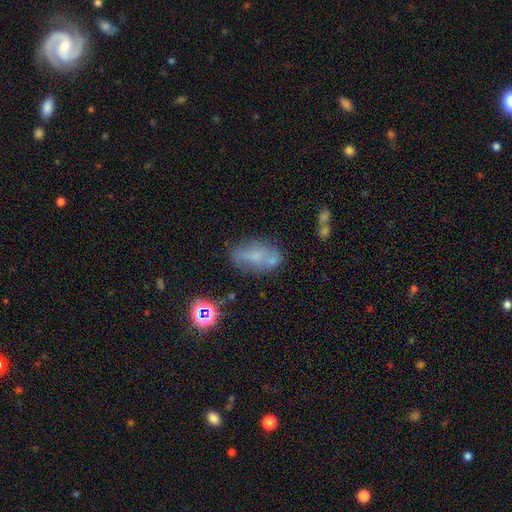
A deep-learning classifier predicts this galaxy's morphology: Smooth or featured: smooth — 51% (featured or disk — 35%)
How rounded: in between — 86% (round — 10%)
Merging: none — 52% (minor disturbance — 23%)